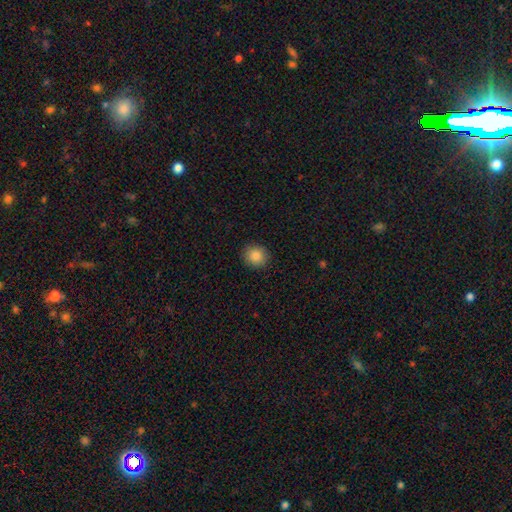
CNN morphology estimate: A smooth galaxy with no disk features (85%) that is round (87%). Merging: none (91%).